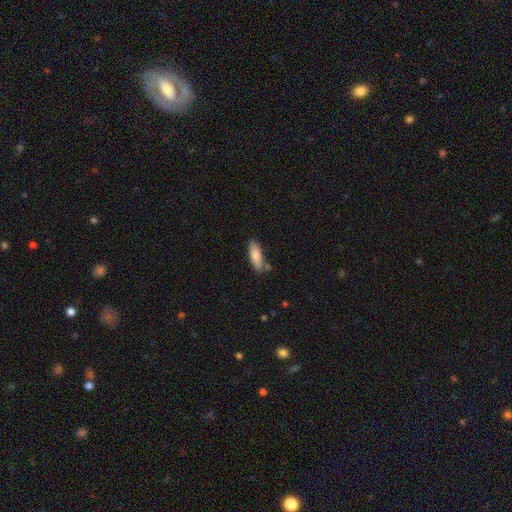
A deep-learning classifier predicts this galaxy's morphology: Smooth or featured: smooth — 78% (featured or disk — 16%)
How rounded: in between — 50% (cigar-shaped — 48%)
Merging: none — 75% (minor disturbance — 15%)